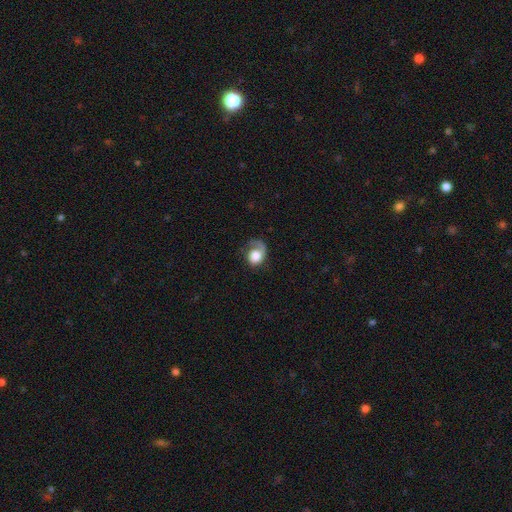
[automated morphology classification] Smooth or featured? Predicted: smooth (p=0.54). How rounded? Predicted: round (p=0.58). Merging? Predicted: major disturbance (p=0.37, tied with none).